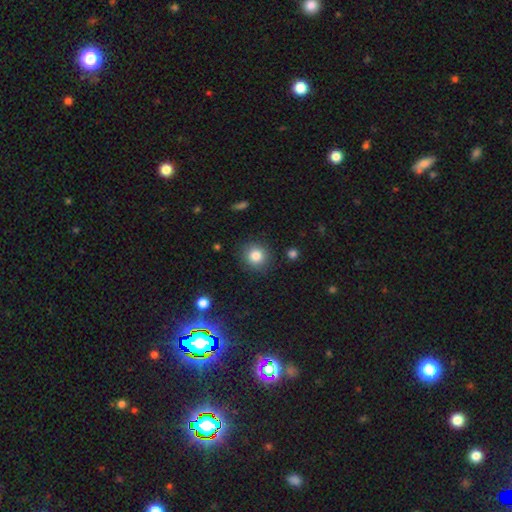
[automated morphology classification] smooth_or_featured: smooth (p=0.83) [alt: star or artifact p=0.11]
how_rounded: round (p=0.89) [alt: in between p=0.10]
merging: none (p=0.89) [alt: minor disturbance p=0.07]